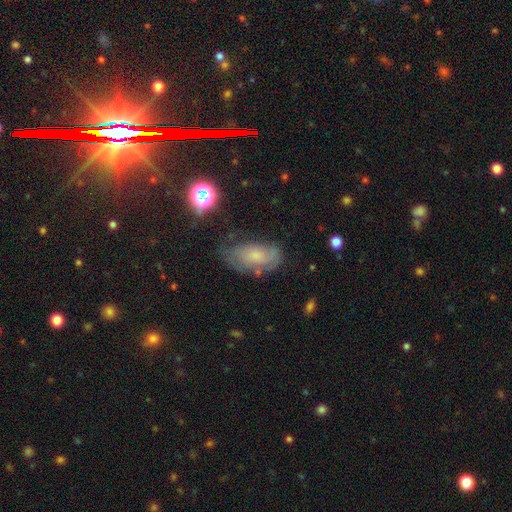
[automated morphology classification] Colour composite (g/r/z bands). It shows a smooth galaxy with no disk features (50%) that is in between round and cigar-shaped (90%). Merging: none (57%).